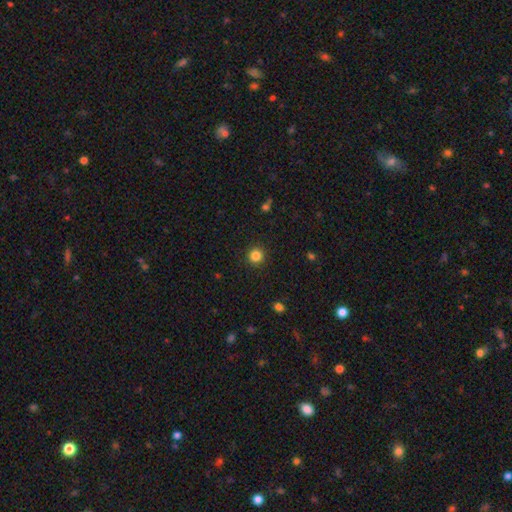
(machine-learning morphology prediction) Smooth or featured?
  - smooth: 84% *
  - star or artifact: 12%
  - featured or disk: 4%
How rounded?
  - round: 95% *
  - in between: 4%
  - cigar-shaped: 1%
Merging?
  - none: 92% *
  - minor disturbance: 5%
  - major disturbance: 2%
  - merger: 1%